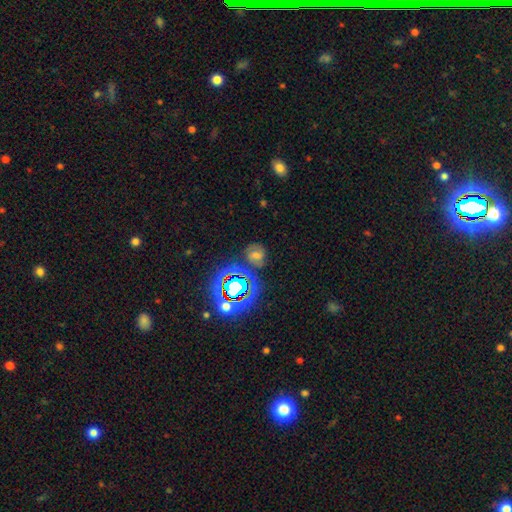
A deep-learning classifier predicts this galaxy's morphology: Smooth or featured?
  - smooth: 41% *
  - featured or disk: 30%
  - star or artifact: 30%
Merging?
  - none: 66% *
  - minor disturbance: 18%
  - major disturbance: 10%
  - merger: 6%